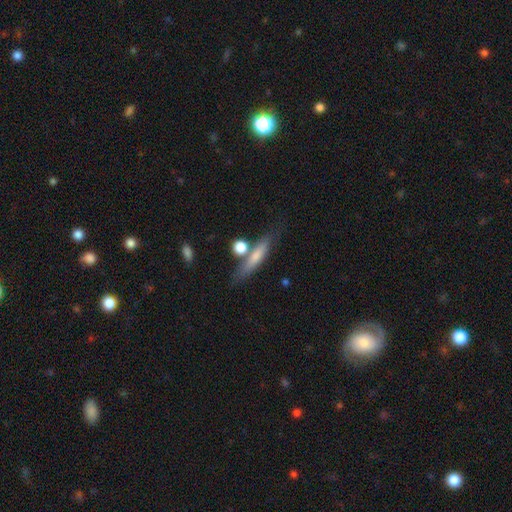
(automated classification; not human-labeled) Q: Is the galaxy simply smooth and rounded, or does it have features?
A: smooth — 61%.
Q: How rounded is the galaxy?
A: cigar-shaped — 77%.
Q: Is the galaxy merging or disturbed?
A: none — 66%.